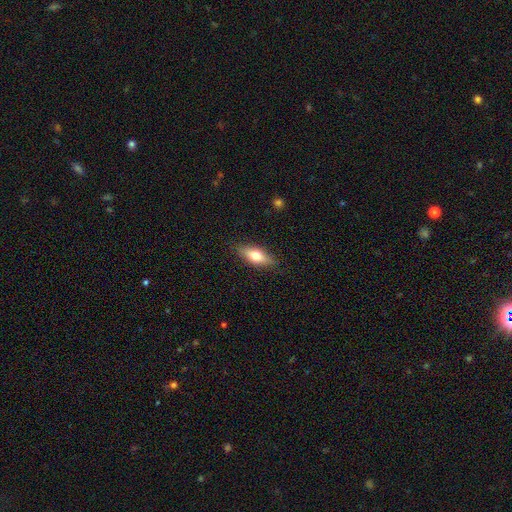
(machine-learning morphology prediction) smooth_or_featured: smooth (p=0.65) [alt: featured or disk p=0.29]
how_rounded: in between (p=0.66) [alt: cigar-shaped p=0.30]
merging: none (p=0.86) [alt: minor disturbance p=0.10]